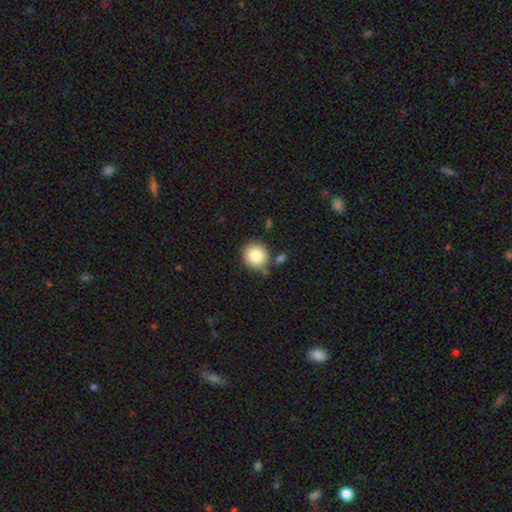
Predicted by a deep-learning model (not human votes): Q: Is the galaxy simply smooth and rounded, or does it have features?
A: smooth — 84%.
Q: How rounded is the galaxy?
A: round — 91%.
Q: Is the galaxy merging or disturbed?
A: none — 79%.